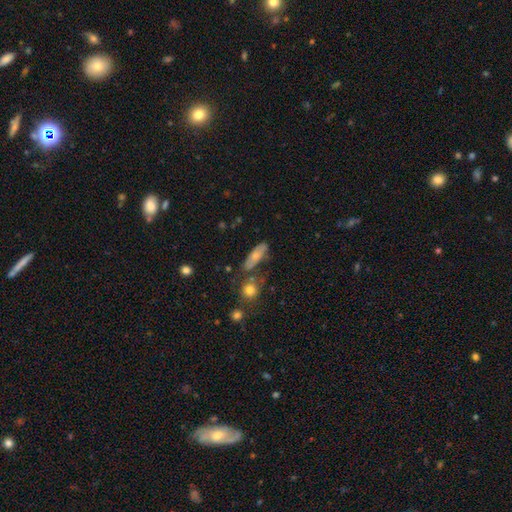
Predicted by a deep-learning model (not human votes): smooth 68%, featured or disk 25%, star or artifact 8%. Down the decision tree: how rounded — in between (62%); merging — none (57%).